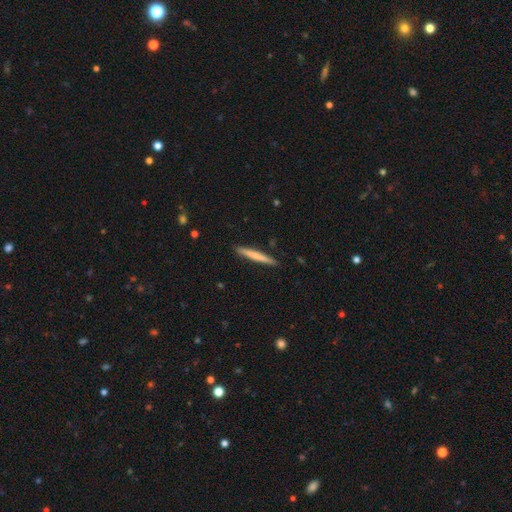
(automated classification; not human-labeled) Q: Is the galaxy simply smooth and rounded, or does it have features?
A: smooth — 62%.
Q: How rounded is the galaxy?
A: cigar-shaped — 96%.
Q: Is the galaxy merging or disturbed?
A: none — 91%.